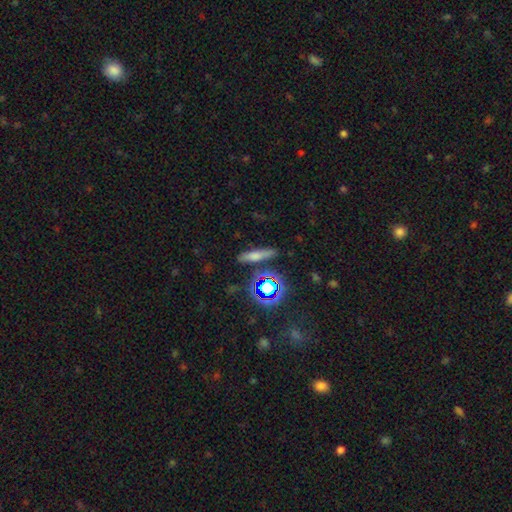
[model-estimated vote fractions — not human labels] smooth 61%, star or artifact 20%, featured or disk 19%. Down the decision tree: how rounded — cigar-shaped (74%); merging — none (81%).